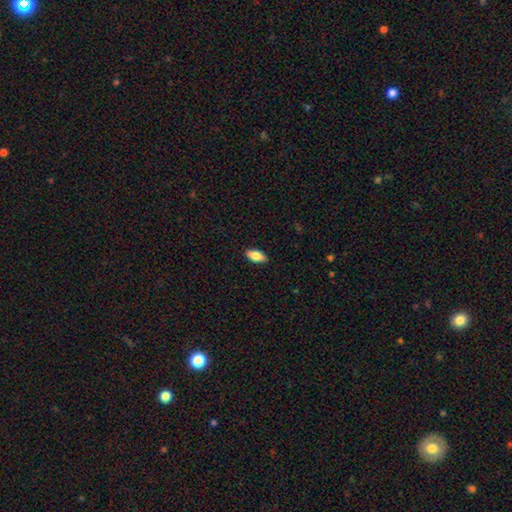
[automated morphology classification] Smooth or featured? smooth (81%)
How rounded? in between (90%)
Merging? none (89%)